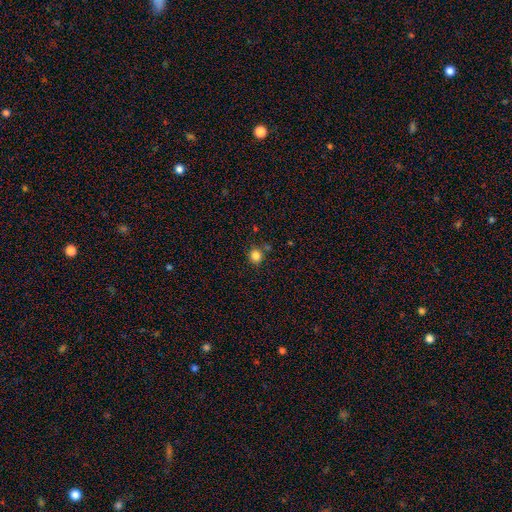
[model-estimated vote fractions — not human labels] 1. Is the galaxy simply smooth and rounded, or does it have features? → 83% smooth, 12% star or artifact, 4% featured or disk.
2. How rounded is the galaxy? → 84% round, 15% in between, 1% cigar-shaped.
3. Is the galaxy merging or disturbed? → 80% none, 10% minor disturbance, 7% merger, 3% major disturbance.